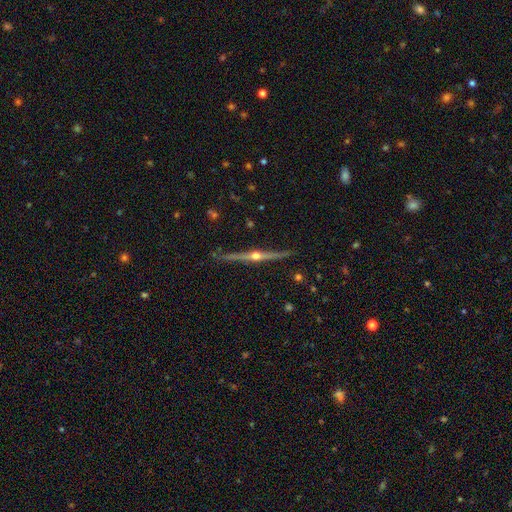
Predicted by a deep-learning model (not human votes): The model was most divided on "smooth or featured": featured or disk: 86%, smooth: 8%, star or artifact: 6%. More confident: edge-on disk — yes (98%); edge-on bulge — rounded (95%); merging — none (89%).